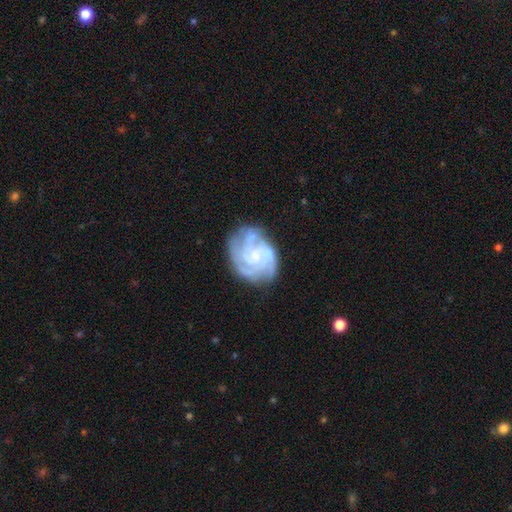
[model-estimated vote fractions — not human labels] Smooth or featured: featured or disk — 84% (smooth — 10%)
Edge-on disk: no — 98% (yes — 2%)
Bar: no — 64% (weak — 30%)
Spiral arms: yes — 96% (no — 4%)
Spiral winding: tight — 57% (medium — 36%)
Spiral arm count: 3 — 35% (4 — 27%)
Bulge size: small — 57% (moderate — 21%)
Merging: none — 68% (minor disturbance — 21%)